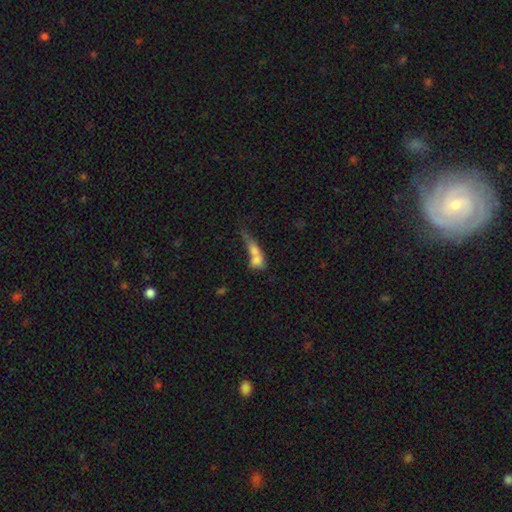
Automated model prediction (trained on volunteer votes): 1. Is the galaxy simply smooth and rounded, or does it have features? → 65% smooth, 26% featured or disk, 10% star or artifact.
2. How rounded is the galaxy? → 52% in between, 26% cigar-shaped, 21% round.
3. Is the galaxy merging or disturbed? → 63% merger, 15% none, 12% major disturbance, 10% minor disturbance.